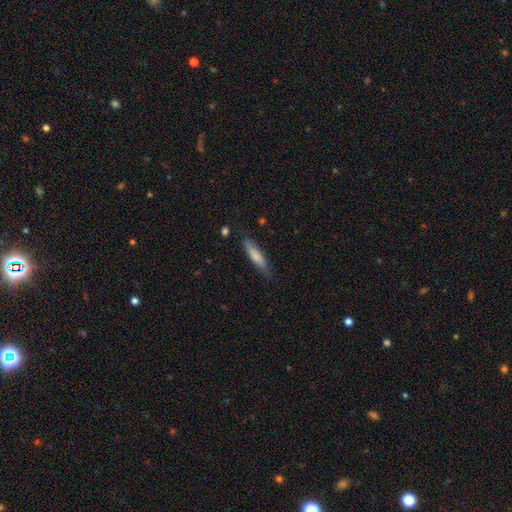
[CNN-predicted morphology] Smooth or featured? smooth (77%)
How rounded? cigar-shaped (79%)
Merging? none (78%)